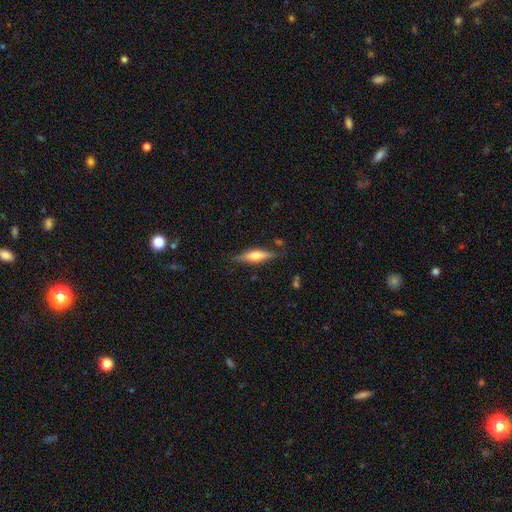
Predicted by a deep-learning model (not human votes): Smooth or featured: featured or disk — 49% (smooth — 45%)
Merging: none — 82% (minor disturbance — 13%)